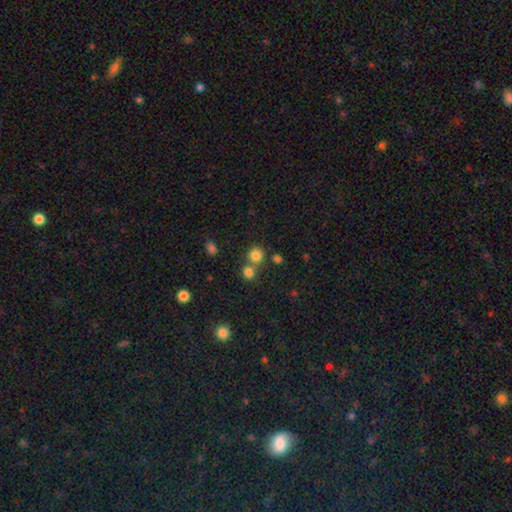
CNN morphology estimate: Smooth or featured? smooth (79%)
How rounded? round (89%)
Merging? none (61%)